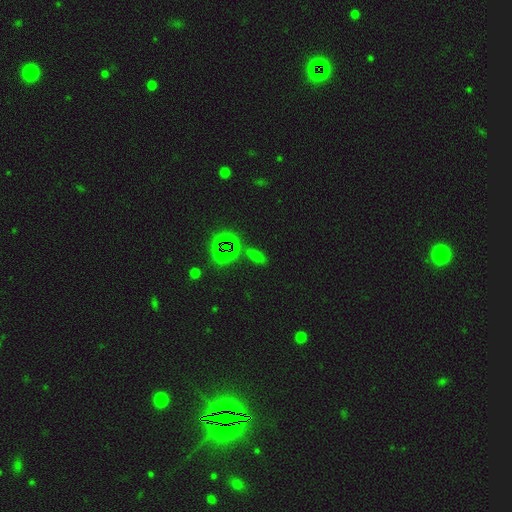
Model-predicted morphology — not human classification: This appears to be a smooth galaxy with no disk features (49%). Merging: none (75%).